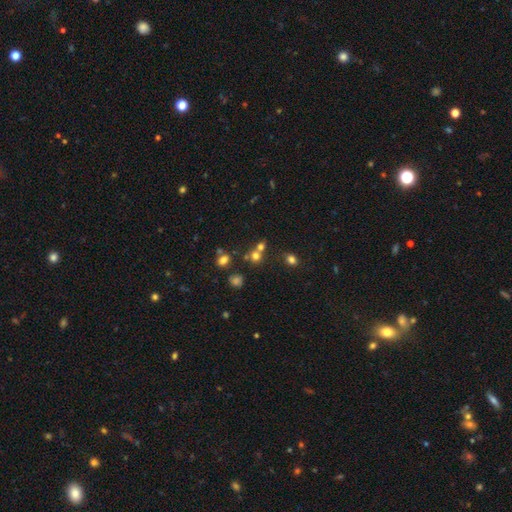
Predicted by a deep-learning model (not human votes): Smooth or featured? smooth (65%)
How rounded? round (81%)
Merging? none (49%)